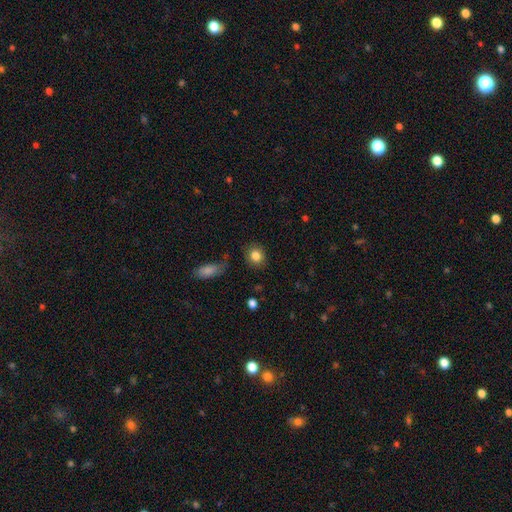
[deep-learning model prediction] Smooth or featured: smooth — 84% (star or artifact — 9%)
How rounded: round — 78% (in between — 21%)
Merging: none — 84% (minor disturbance — 10%)